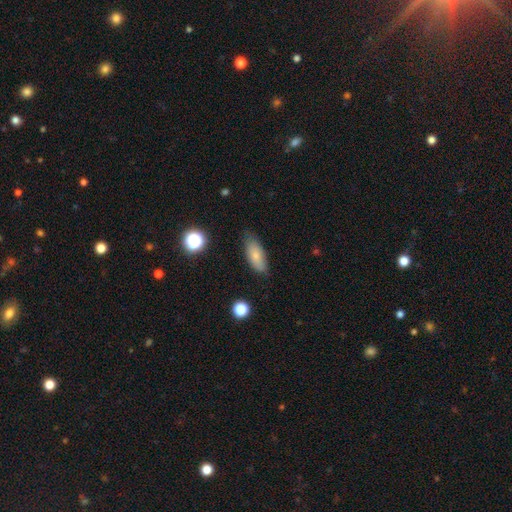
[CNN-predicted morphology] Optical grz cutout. It shows a smooth galaxy with no disk features (79%) that is in between round and cigar-shaped (80%). Merging: none (72%).